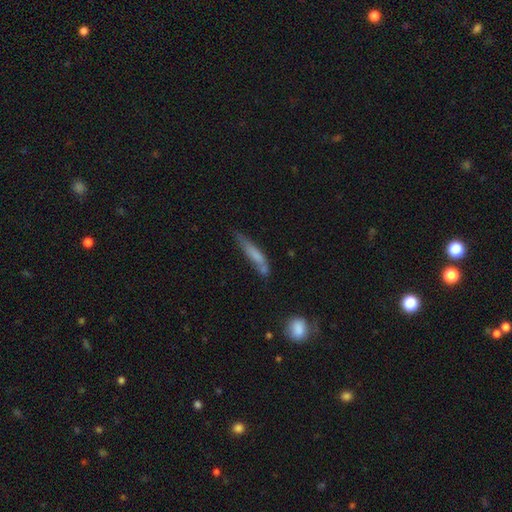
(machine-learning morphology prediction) type=smooth (65%); roundness=cigar-shaped (87%); merging=none (48%).